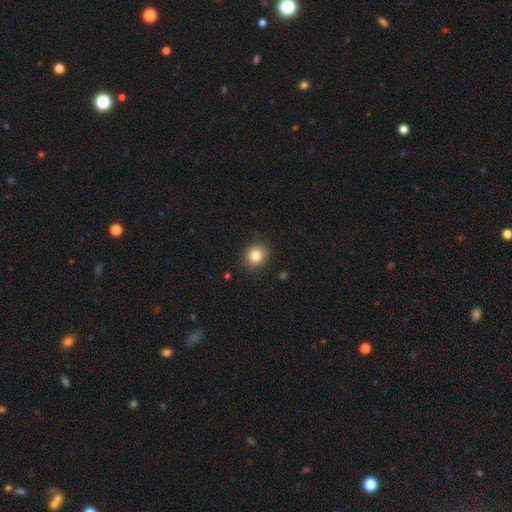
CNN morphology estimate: This appears to be a smooth galaxy with no disk features (83%) that is round (68%). Merging: none (86%).